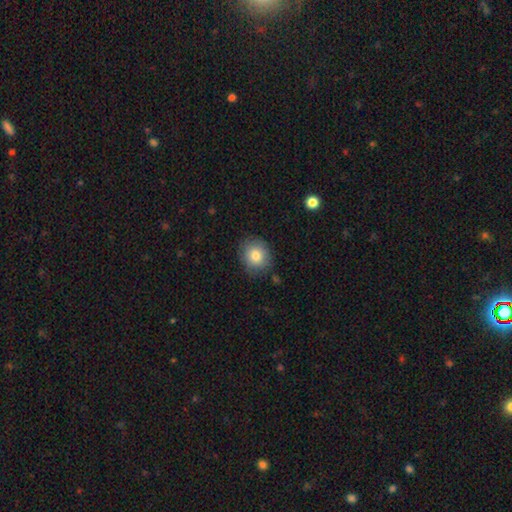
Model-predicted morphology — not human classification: smooth-or-featured: smooth: 80% | featured or disk: 11% | star or artifact: 9%
  how-rounded: round: 78% | in between: 21% | cigar-shaped: 1%
  merging: none: 83% | minor disturbance: 12% | major disturbance: 3% | merger: 2%